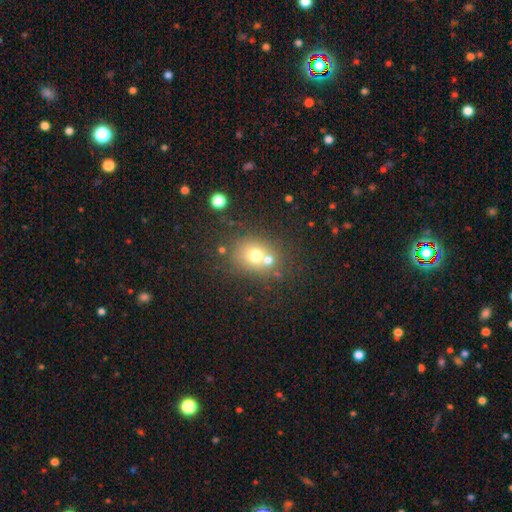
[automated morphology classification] Smooth or featured? Predicted: smooth (p=0.68). How rounded? Predicted: round (p=0.69). Merging? Predicted: none (p=0.51).